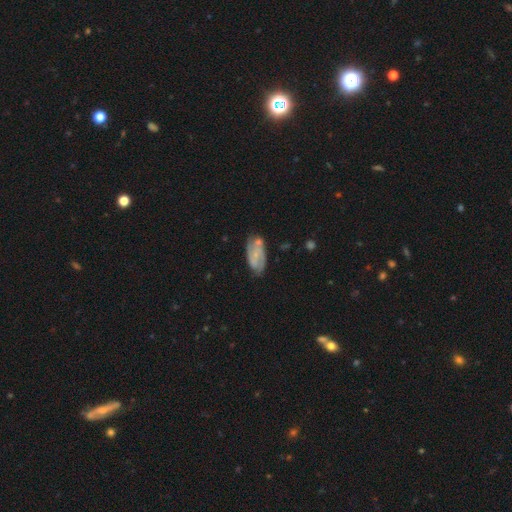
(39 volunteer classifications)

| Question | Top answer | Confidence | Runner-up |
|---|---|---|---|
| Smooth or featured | featured or disk | 77% | smooth (18%) |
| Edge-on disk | no | 100% | — |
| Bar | weak | 43% | strong (30%) |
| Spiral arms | yes | 90% | no (10%) |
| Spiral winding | medium | 48% | tight (33%) |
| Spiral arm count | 2 | 96% | can't tell (4%) |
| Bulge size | small | 83% | moderate (7%) |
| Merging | none | 62% | merger (19%) |